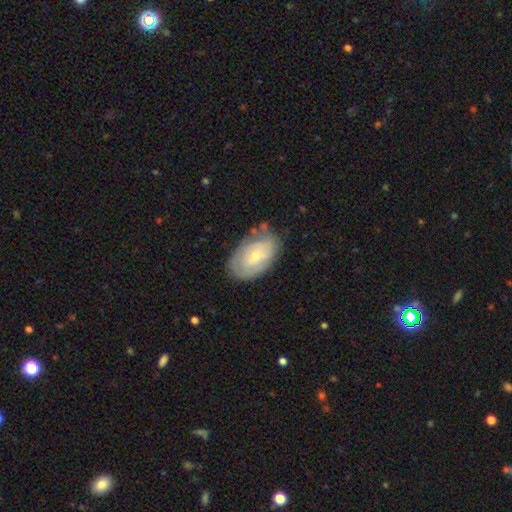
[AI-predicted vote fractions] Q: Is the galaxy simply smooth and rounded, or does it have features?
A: smooth — 48%.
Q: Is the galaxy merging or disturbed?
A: none — 69%.